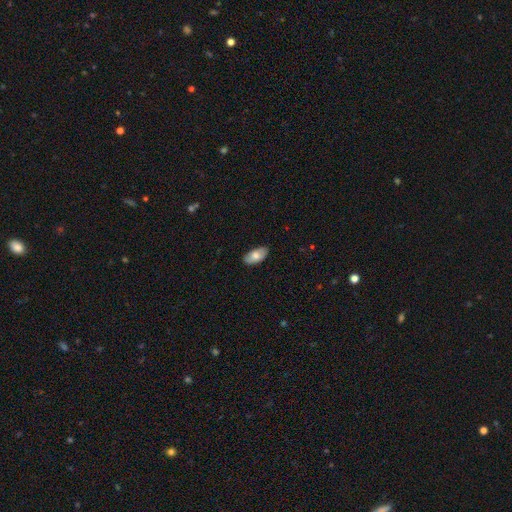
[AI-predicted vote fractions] Smooth or featured?
  - smooth: 73% *
  - featured or disk: 21%
  - star or artifact: 6%
How rounded?
  - in between: 94% *
  - cigar-shaped: 3%
  - round: 2%
Merging?
  - none: 85% *
  - minor disturbance: 12%
  - major disturbance: 2%
  - merger: 1%